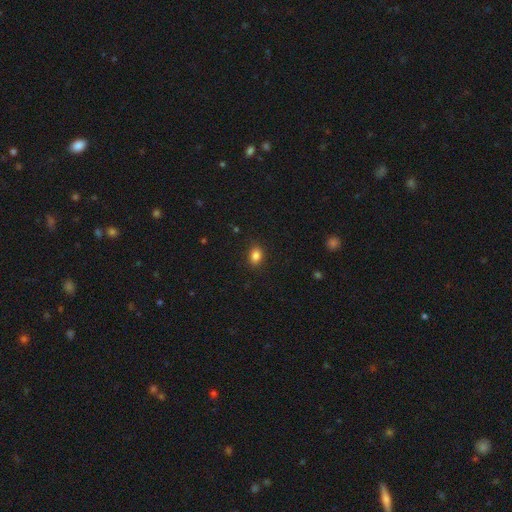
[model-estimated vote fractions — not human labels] This is clearly a smooth galaxy (85%). How rounded: likely in between (73%). Merging: clearly none (88%).